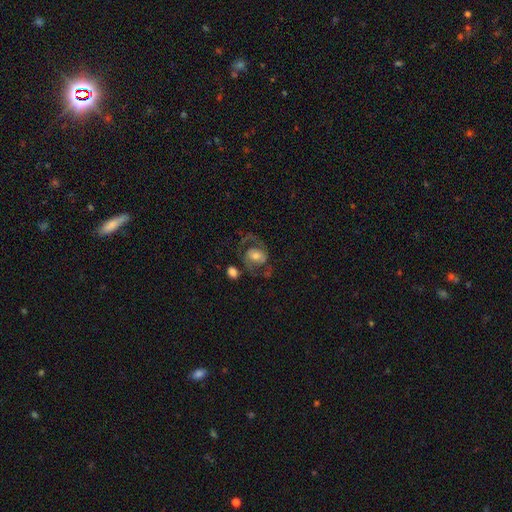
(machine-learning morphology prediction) This is likely a featured or disk galaxy (73%). It is clearly not viewed edge-on (97%). Bar: possibly no (55%). Spiral arm pattern: clearly yes (85%). Spiral arm count: clearly 2 (86%). Spiral winding: possibly medium (52%). Central bulge: possibly moderate (55%). Merging: possibly none (57%).